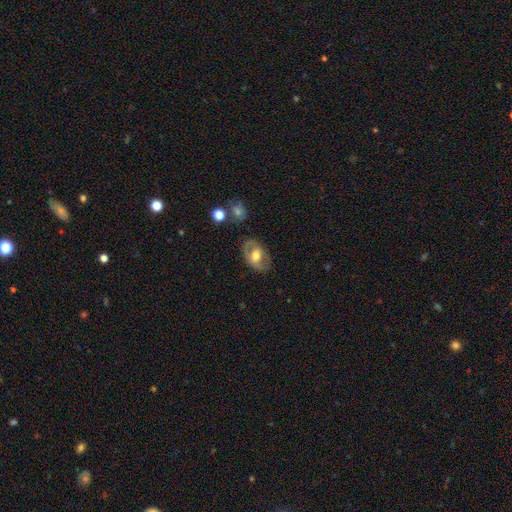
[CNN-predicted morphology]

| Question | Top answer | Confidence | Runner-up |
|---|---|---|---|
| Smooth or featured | featured or disk | 57% | smooth (37%) |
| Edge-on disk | no | 91% | yes (9%) |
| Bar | no | 45% | weak (33%) |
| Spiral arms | no | 62% | yes (38%) |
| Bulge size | moderate | 70% | large (16%) |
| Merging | none | 75% | minor disturbance (16%) |